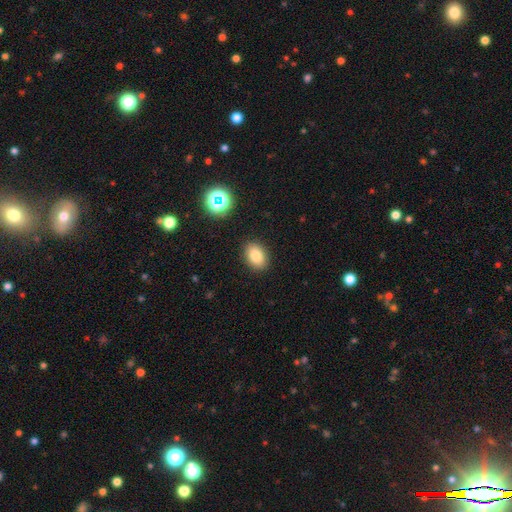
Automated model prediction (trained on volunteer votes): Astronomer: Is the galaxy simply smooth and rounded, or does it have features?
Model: smooth — 80%.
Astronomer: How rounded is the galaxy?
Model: in between — 78%.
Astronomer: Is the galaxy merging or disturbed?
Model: none — 88%.